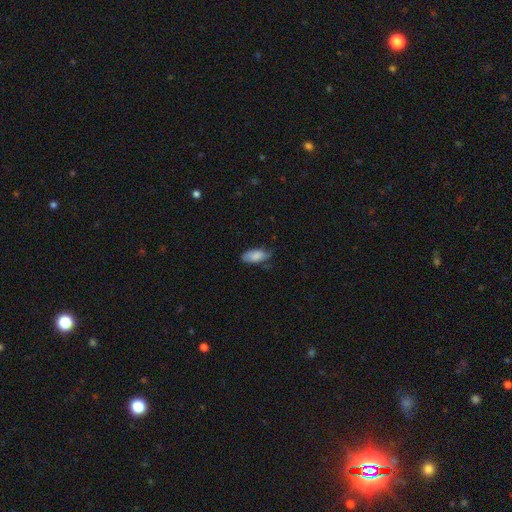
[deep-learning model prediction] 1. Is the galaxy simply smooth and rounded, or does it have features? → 77% smooth, 17% featured or disk, 7% star or artifact.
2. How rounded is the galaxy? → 89% in between, 9% cigar-shaped, 2% round.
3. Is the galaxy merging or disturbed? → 48% none, 38% minor disturbance, 13% major disturbance, 2% merger.